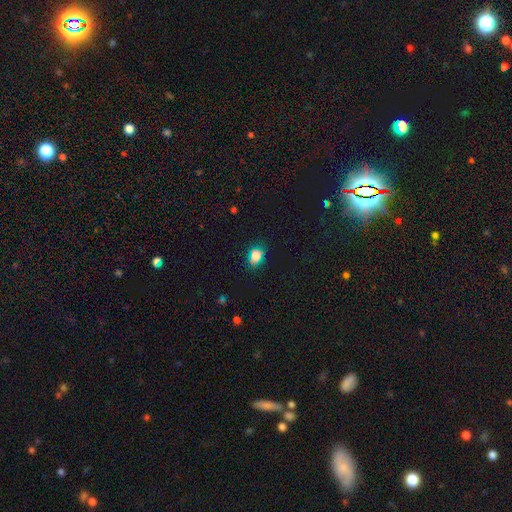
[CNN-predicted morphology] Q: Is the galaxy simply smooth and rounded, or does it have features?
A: smooth — 69%.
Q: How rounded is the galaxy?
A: in between — 59%.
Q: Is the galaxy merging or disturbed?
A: none — 76%.